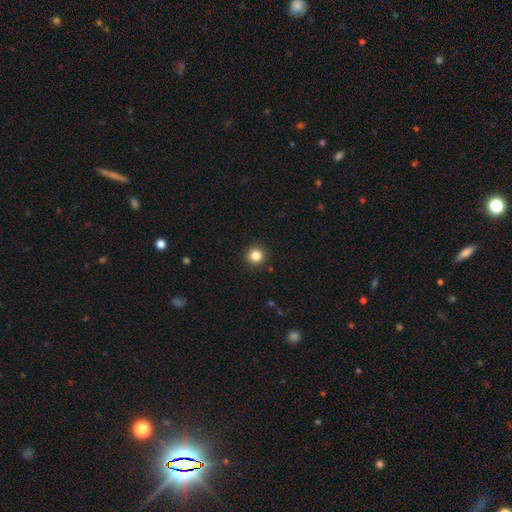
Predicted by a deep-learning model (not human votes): Smooth or featured: smooth — 85% (star or artifact — 11%)
How rounded: round — 95% (in between — 4%)
Merging: none — 92% (minor disturbance — 5%)